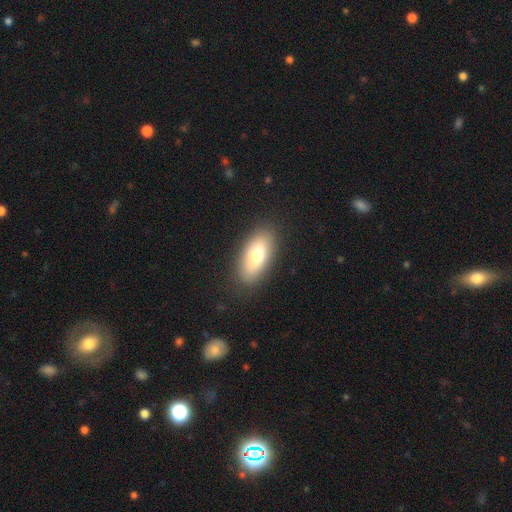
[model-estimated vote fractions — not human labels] Smooth or featured? Predicted: smooth (p=0.76). How rounded? Predicted: in between (p=0.85). Merging? Predicted: none (p=0.86).